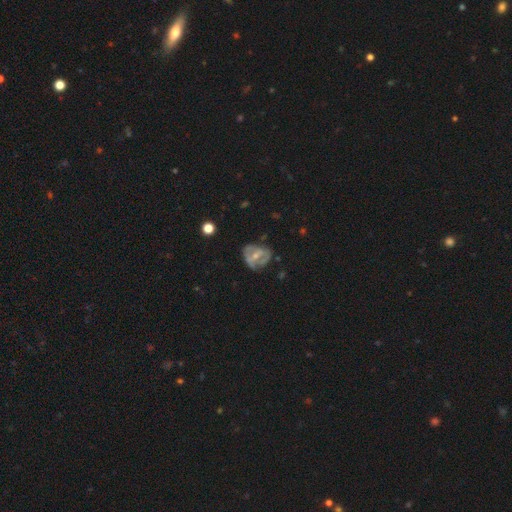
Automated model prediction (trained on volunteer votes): The model was most divided on "bulge size": moderate: 48%, small: 47%, none: 3%, large: 2%, dominant: 1%. Remaining: edge-on disk — no (95%); smooth or featured — featured or disk (60%); spiral arms — no (56%); merging — none (54%); bar — no (39%).